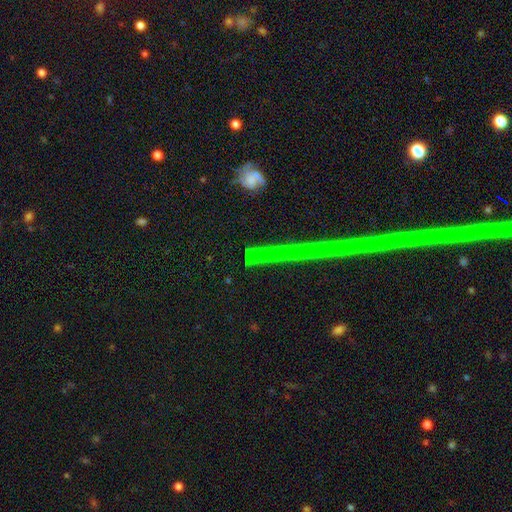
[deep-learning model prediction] A star or artifact, not a galaxy (66%).

Vote fractions:
- Smooth or featured? star or artifact: 66% / featured or disk: 17% / smooth: 16%